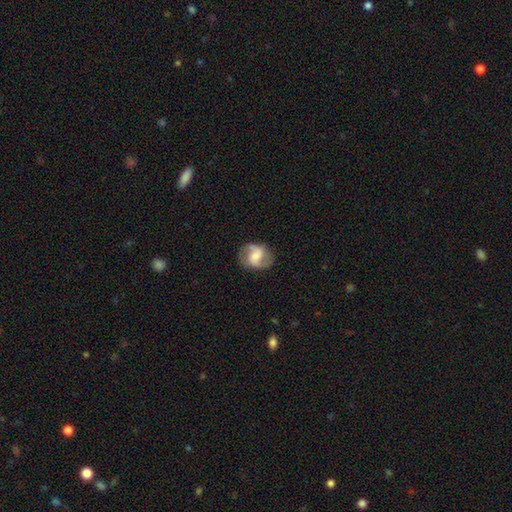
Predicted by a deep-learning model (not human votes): A featured or disk galaxy (64%) with a weak bar (48%), 2 (87%) medium (44%) spiral arms (89%) and a moderate central bulge (39%). Merging: none (78%).